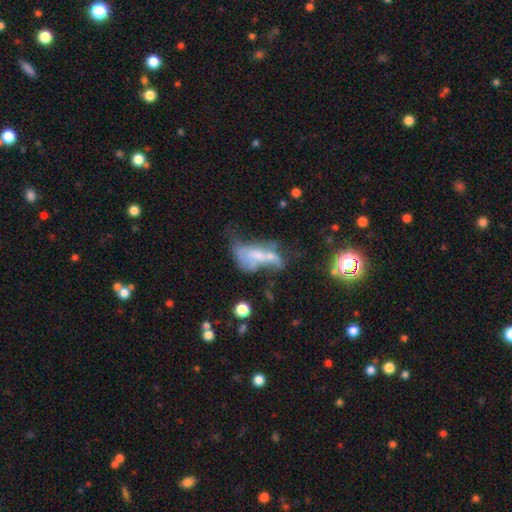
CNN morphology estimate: A featured or disk galaxy (49%). Merging: merger (39%).